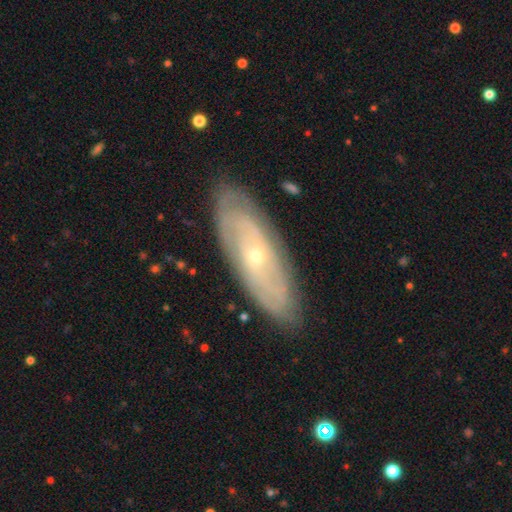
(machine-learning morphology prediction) Smooth or featured? featured or disk (77%)
Edge-on disk? no (84%)
Bar? no (72%)
Spiral arms? yes (83%)
Spiral winding? tight (69%)
Spiral arm count? can't tell (56%)
Bulge size? small (74%)
Merging? none (85%)